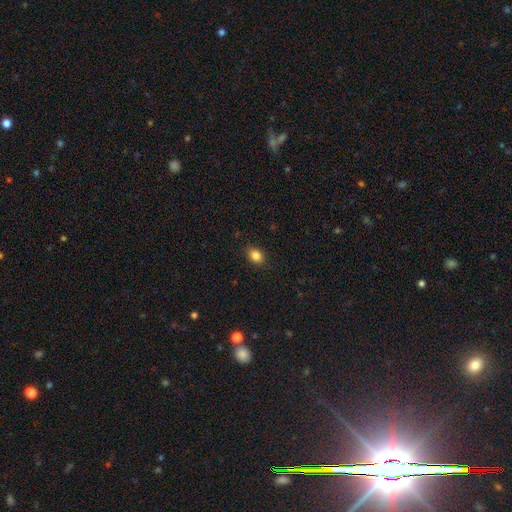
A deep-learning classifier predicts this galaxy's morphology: Overall: smooth (85%). How rounded: in between (60%; round 38%). Merging: none (86%).